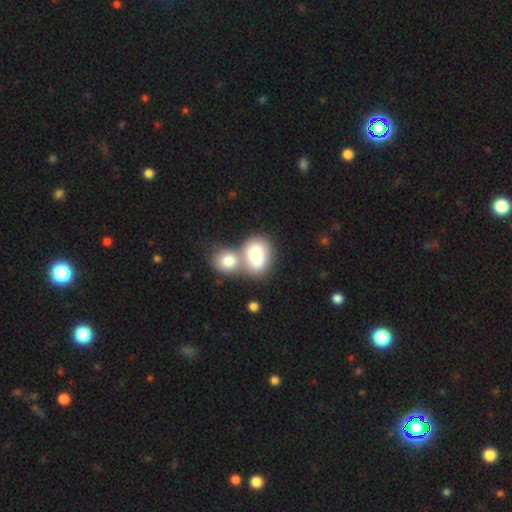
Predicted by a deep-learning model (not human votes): This is possibly a smooth galaxy (56%). How rounded: possibly in between (60%). Merging: possibly merger (54%).